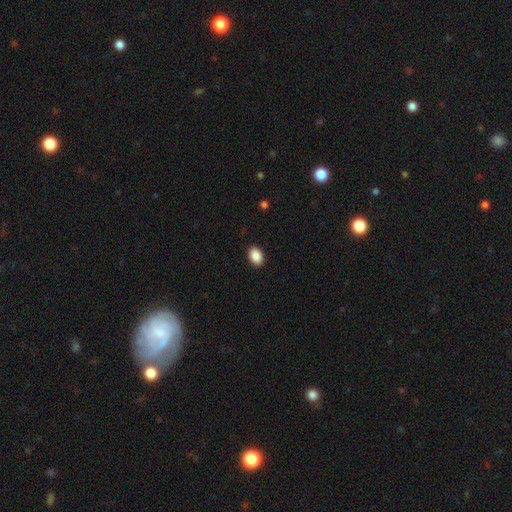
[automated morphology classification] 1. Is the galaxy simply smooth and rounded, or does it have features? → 90% smooth, 8% star or artifact, 3% featured or disk.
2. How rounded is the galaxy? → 82% in between, 17% round, 1% cigar-shaped.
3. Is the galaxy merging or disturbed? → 90% none, 7% minor disturbance, 2% major disturbance, 1% merger.